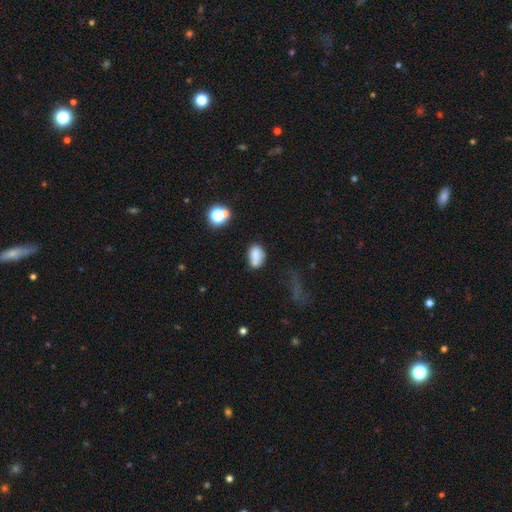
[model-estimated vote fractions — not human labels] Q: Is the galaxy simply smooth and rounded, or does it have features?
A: smooth — 80%.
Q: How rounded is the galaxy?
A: in between — 84%.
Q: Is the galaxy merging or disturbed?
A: none — 61%.